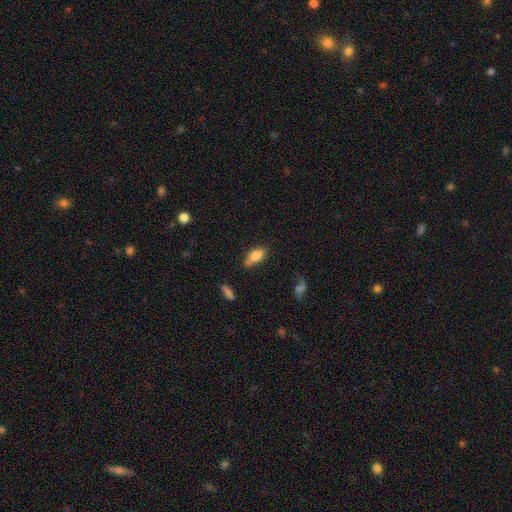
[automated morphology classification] This is clearly a smooth galaxy (80%). How rounded: clearly in between (87%). Merging: possibly none (60%).